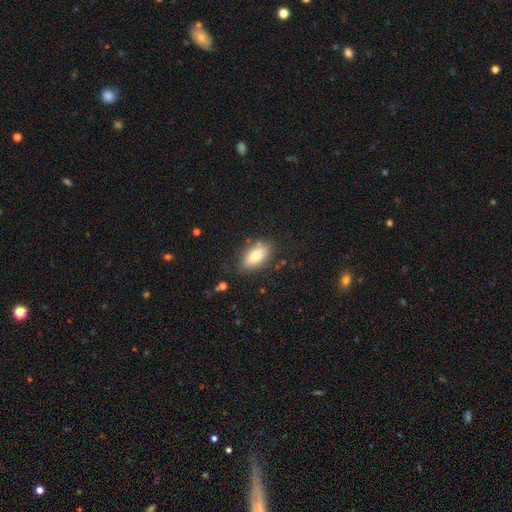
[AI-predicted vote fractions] The model was most divided on "smooth or featured": smooth: 78%, featured or disk: 15%, star or artifact: 7%. More confident: how rounded — in between (90%); merging — none (79%).